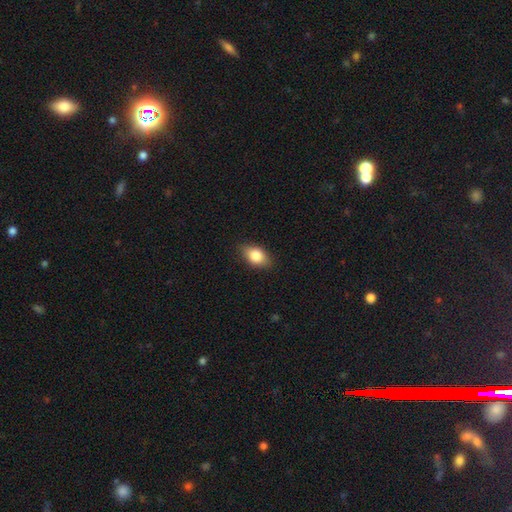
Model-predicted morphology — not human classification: type=smooth (82%); roundness=in between (85%); merging=none (84%).